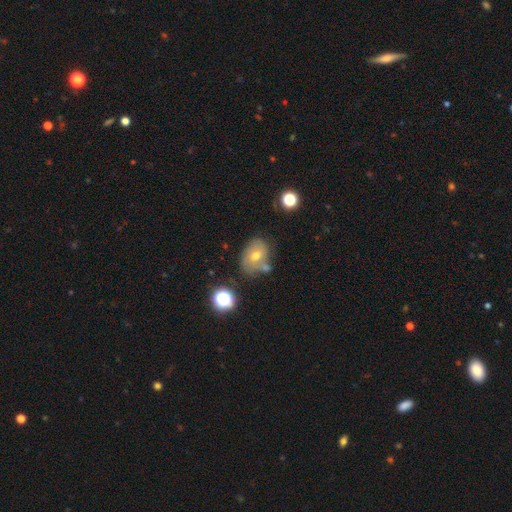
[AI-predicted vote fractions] smooth_or_featured: smooth (p=0.56) [alt: featured or disk p=0.30]
how_rounded: in between (p=0.62) [alt: round p=0.36]
merging: none (p=0.52) [alt: minor disturbance p=0.21]